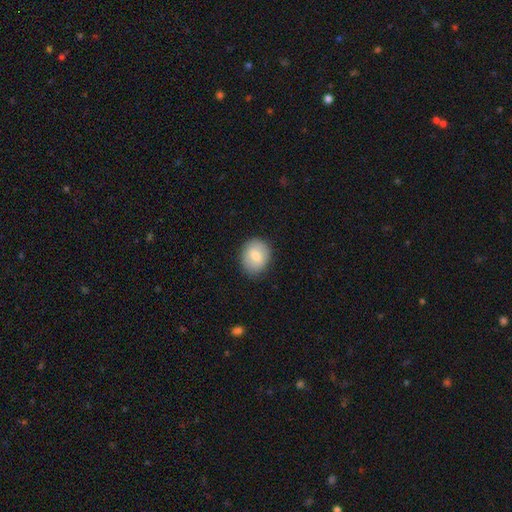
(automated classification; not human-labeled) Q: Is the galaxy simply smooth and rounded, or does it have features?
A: smooth — 74%.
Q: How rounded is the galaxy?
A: round — 56%.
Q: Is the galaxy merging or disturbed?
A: none — 86%.